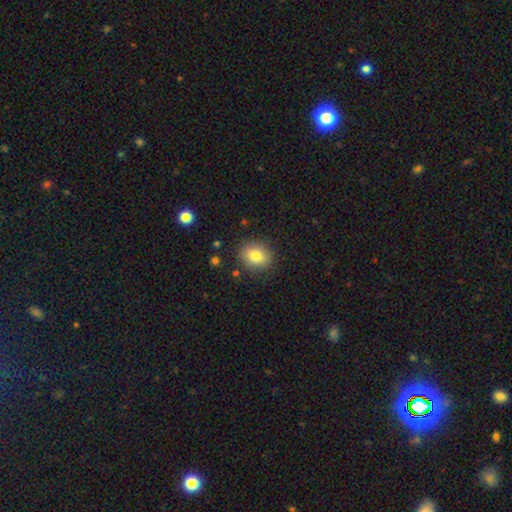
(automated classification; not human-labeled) This appears to be a smooth galaxy with no disk features (81%) that is round (65%). Merging: none (86%).